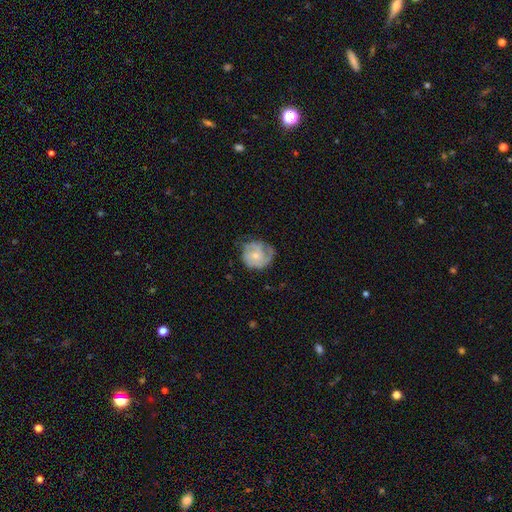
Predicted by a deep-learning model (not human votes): smooth_or_featured: featured or disk (p=0.66) [alt: smooth p=0.28]
disk_edge_on: no (p=0.98) [alt: yes p=0.02]
bar: no (p=0.70) [alt: weak p=0.26]
has_spiral_arms: yes (p=0.86) [alt: no p=0.14]
spiral_winding: tight (p=0.48) [alt: medium p=0.38]
spiral_arm_count: 2 (p=0.34) [alt: can't tell p=0.28]
bulge_size: small (p=0.58) [alt: moderate p=0.35]
merging: none (p=0.54) [alt: minor disturbance p=0.28]